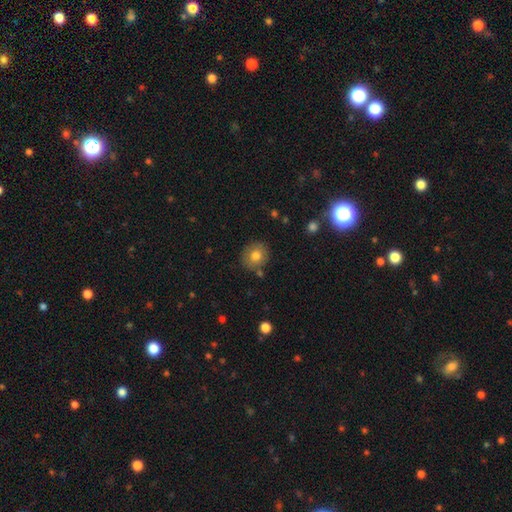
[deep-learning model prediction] Smooth or featured?
  - smooth: 78% *
  - featured or disk: 13%
  - star or artifact: 9%
How rounded?
  - round: 83% *
  - in between: 16%
  - cigar-shaped: 1%
Merging?
  - none: 83% *
  - minor disturbance: 11%
  - merger: 4%
  - major disturbance: 3%